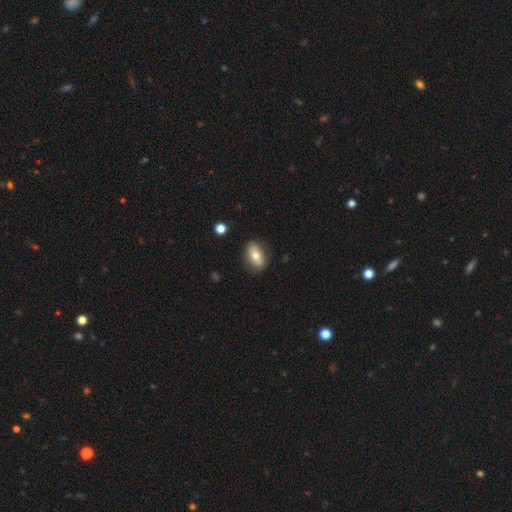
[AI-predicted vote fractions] Morphology: type=smooth (68%); roundness=in between (87%); merging=none (82%).